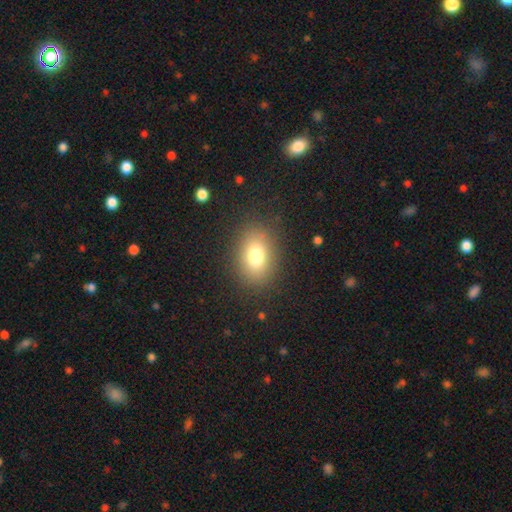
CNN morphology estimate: smooth 77%, star or artifact 12%, featured or disk 11%. Down the decision tree: how rounded — in between (74%); merging — none (85%).